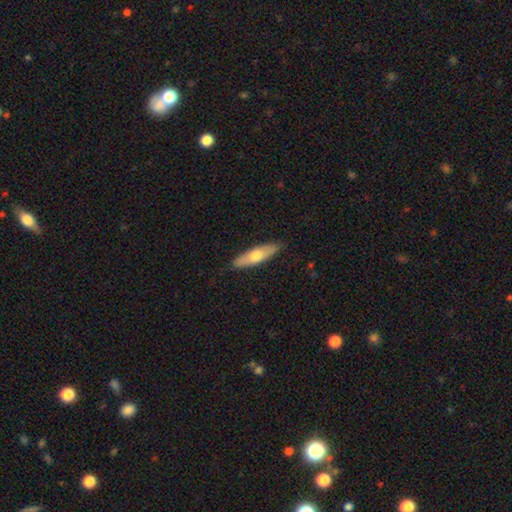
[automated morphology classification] smooth 59%, featured or disk 36%, star or artifact 5%. Down the decision tree: how rounded — cigar-shaped (60%); merging — none (87%).